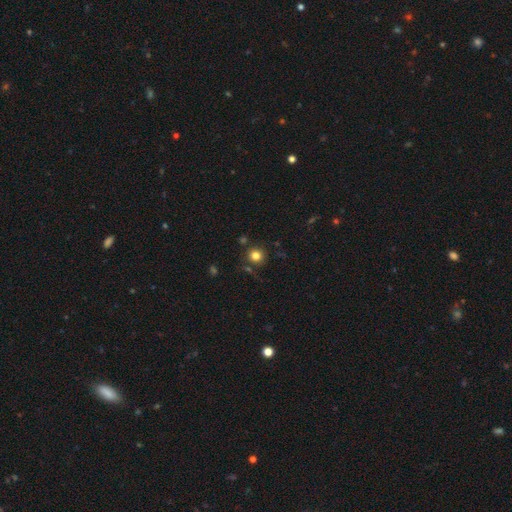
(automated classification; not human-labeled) Smooth or featured? Predicted: smooth (p=0.81). How rounded? Predicted: round (p=0.93). Merging? Predicted: none (p=0.84).